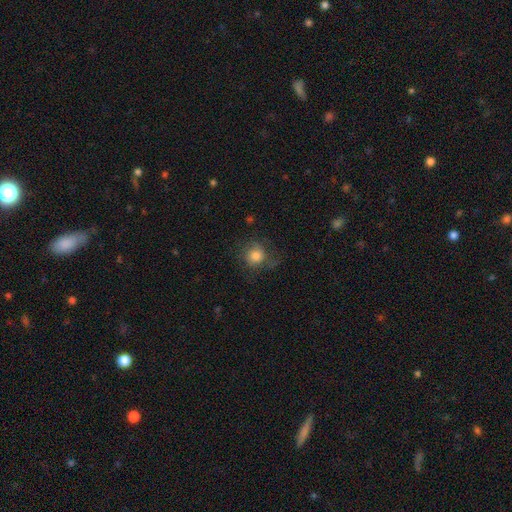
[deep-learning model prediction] smooth 73%, featured or disk 18%, star or artifact 10%. Down the decision tree: how rounded — round (85%); merging — none (59%).